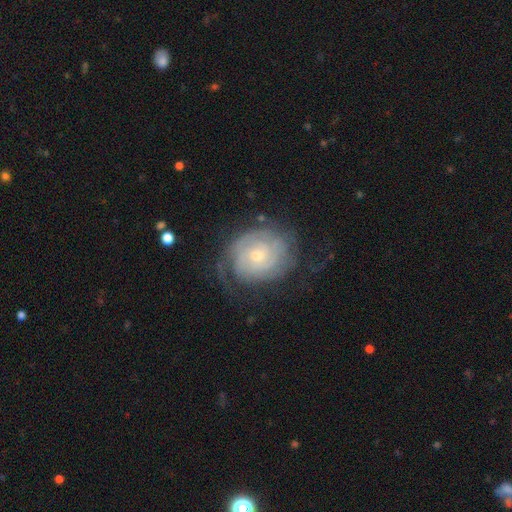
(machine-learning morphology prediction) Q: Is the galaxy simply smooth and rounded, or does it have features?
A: featured or disk — 78%.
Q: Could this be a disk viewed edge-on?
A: no — 97%.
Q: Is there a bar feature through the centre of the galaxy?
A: no — 74%.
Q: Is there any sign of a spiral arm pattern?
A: yes — 90%.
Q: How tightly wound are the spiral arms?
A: tight — 72%.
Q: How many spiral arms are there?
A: can't tell — 46%.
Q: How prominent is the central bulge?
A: small — 62%.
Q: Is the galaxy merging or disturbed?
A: none — 63%.